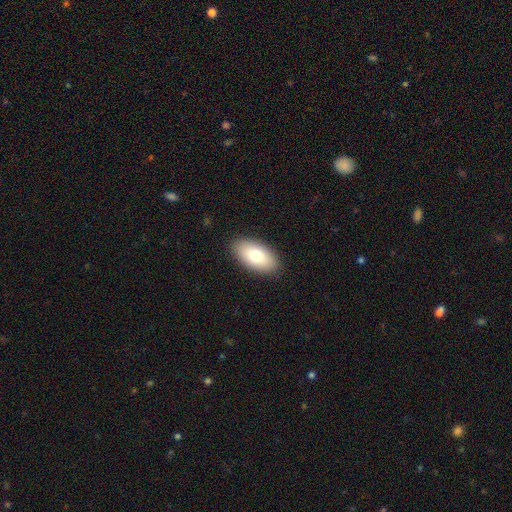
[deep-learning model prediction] smooth_or_featured: smooth (p=0.77) [alt: featured or disk p=0.16]
how_rounded: in between (p=0.94) [alt: round p=0.03]
merging: none (p=0.89) [alt: minor disturbance p=0.08]